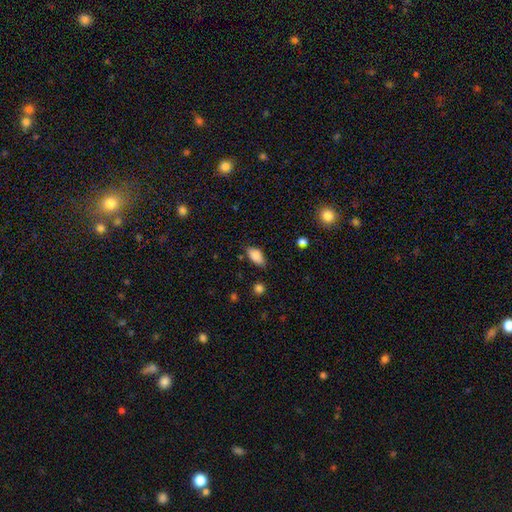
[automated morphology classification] Q: Smooth or featured?
A: smooth (86%); runner-up: star or artifact (8%)
Q: How rounded?
A: in between (90%); runner-up: cigar-shaped (6%)
Q: Merging?
A: none (71%); runner-up: minor disturbance (23%)